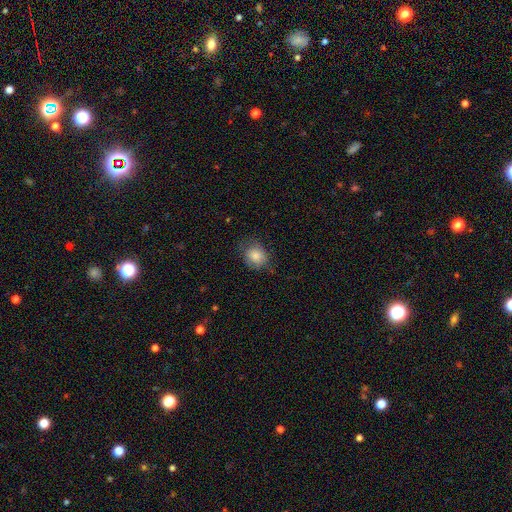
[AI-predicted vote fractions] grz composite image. It shows a smooth galaxy with no disk features (83%) that is round (66%). Merging: none (67%).